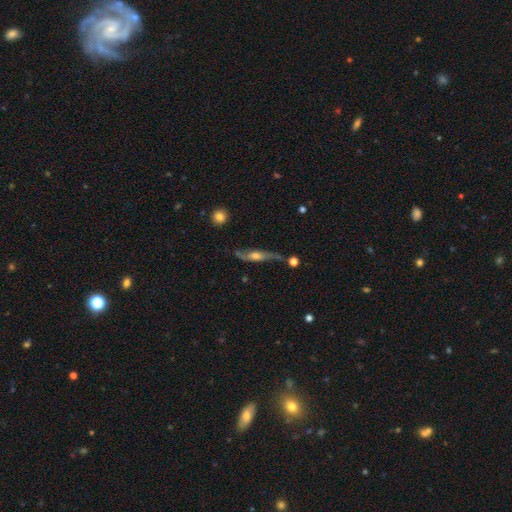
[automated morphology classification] featured or disk 70%, smooth 23%, star or artifact 7%. Down the decision tree: edge-on disk — yes (53%); merging — none (54%).